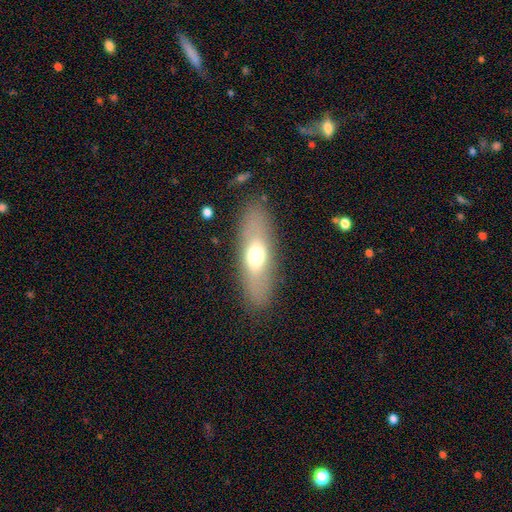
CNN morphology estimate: Q: Smooth or featured?
A: smooth (57%); runner-up: featured or disk (36%)
Q: How rounded?
A: in between (56%); runner-up: cigar-shaped (40%)
Q: Merging?
A: none (85%); runner-up: minor disturbance (9%)